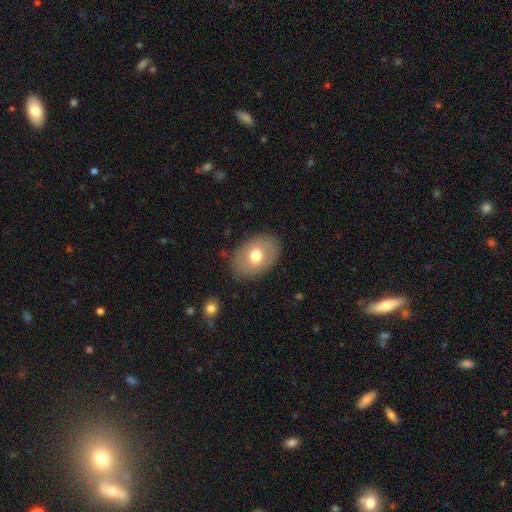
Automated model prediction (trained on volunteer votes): A smooth galaxy with no disk features (69%) that is in between round and cigar-shaped (77%). Merging: none (84%).